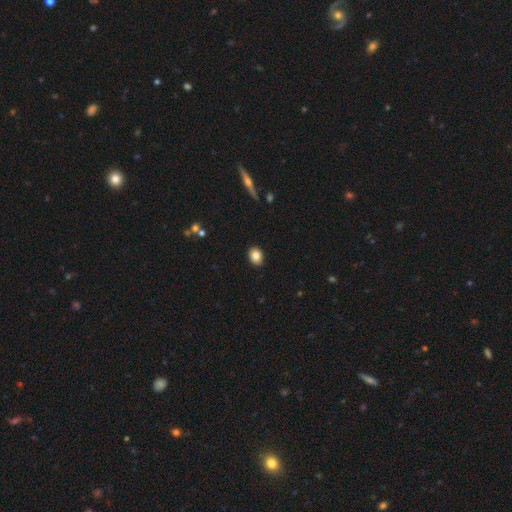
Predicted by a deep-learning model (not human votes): Overall: smooth (83%). How rounded: in between (56%; round 43%). Merging: none (89%).